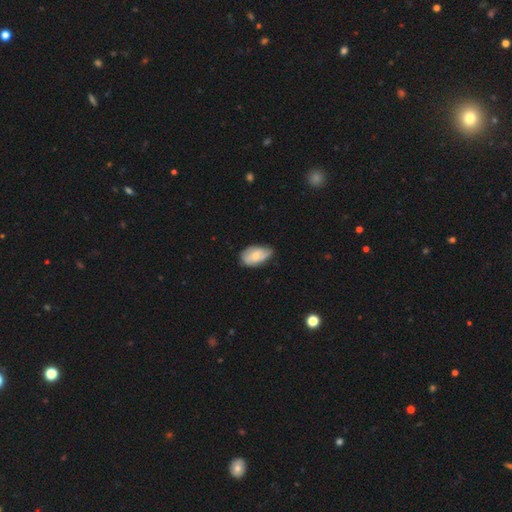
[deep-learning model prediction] Smooth or featured? Predicted: smooth (p=0.64). How rounded? Predicted: in between (p=0.93). Merging? Predicted: none (p=0.55).